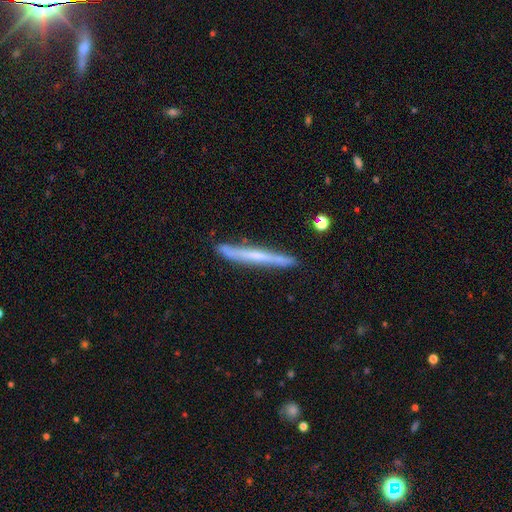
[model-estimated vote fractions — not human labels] A featured or disk galaxy (52%) viewed edge-on (93%).

Vote fractions:
- Smooth or featured? featured or disk: 52% / smooth: 42% / star or artifact: 7%
- Edge-on disk? yes: 93% / no: 7%
- Merging? none: 84% / minor disturbance: 12% / major disturbance: 2% / merger: 2%